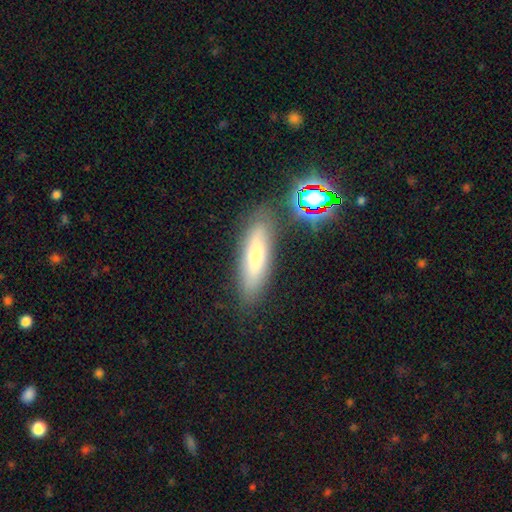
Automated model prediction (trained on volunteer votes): Q: Smooth or featured?
A: smooth (62%); runner-up: featured or disk (28%)
Q: How rounded?
A: cigar-shaped (57%); runner-up: in between (41%)
Q: Merging?
A: none (79%); runner-up: minor disturbance (12%)